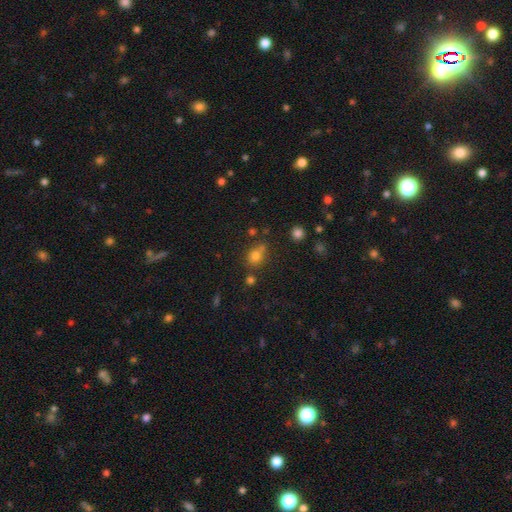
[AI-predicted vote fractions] A smooth galaxy with no disk features (76%) that is round (63%).

Vote fractions:
- Smooth or featured? smooth: 76% / star or artifact: 16% / featured or disk: 8%
- How rounded? round: 63% / in between: 35% / cigar-shaped: 1%
- Merging? none: 59% / merger: 19% / minor disturbance: 17% / major disturbance: 6%